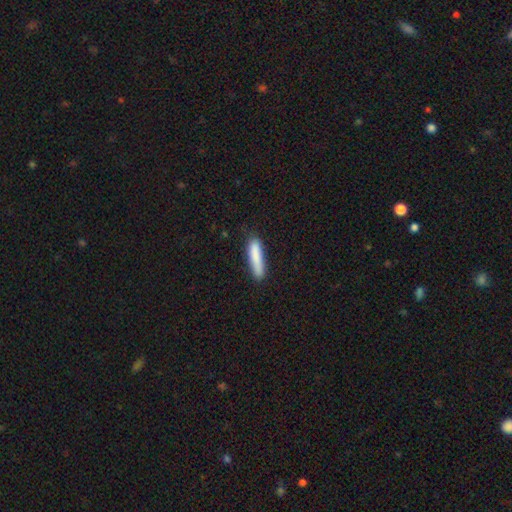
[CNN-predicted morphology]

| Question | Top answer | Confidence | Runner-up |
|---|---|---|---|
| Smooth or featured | smooth | 85% | featured or disk (9%) |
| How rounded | cigar-shaped | 83% | in between (16%) |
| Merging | none | 81% | minor disturbance (15%) |